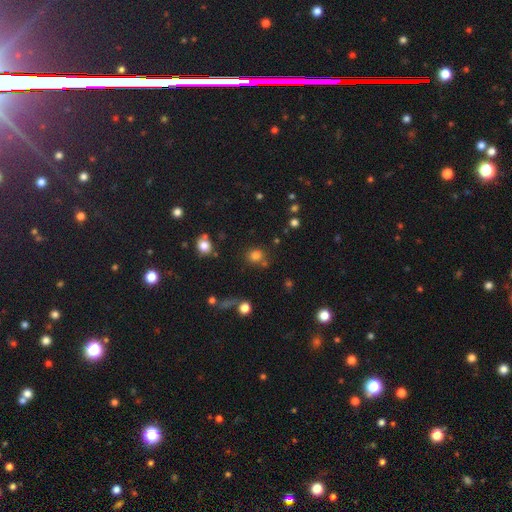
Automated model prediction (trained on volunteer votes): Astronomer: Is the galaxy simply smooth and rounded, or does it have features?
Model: smooth — 76%.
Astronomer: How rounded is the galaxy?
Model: round — 83%.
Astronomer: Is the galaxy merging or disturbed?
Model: none — 74%.